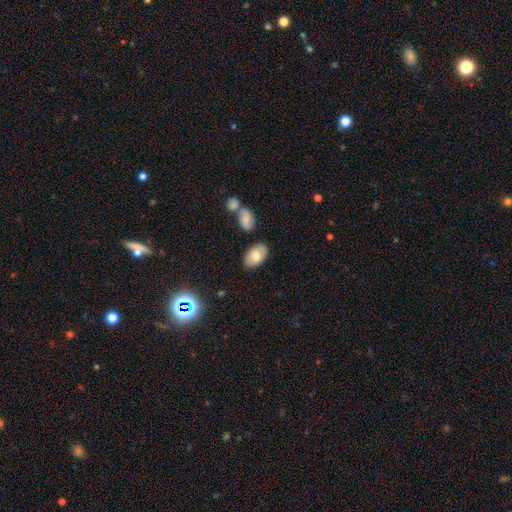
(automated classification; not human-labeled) smooth_or_featured: smooth (p=0.76) [alt: featured or disk p=0.16]
how_rounded: in between (p=0.93) [alt: round p=0.05]
merging: none (p=0.80) [alt: minor disturbance p=0.13]